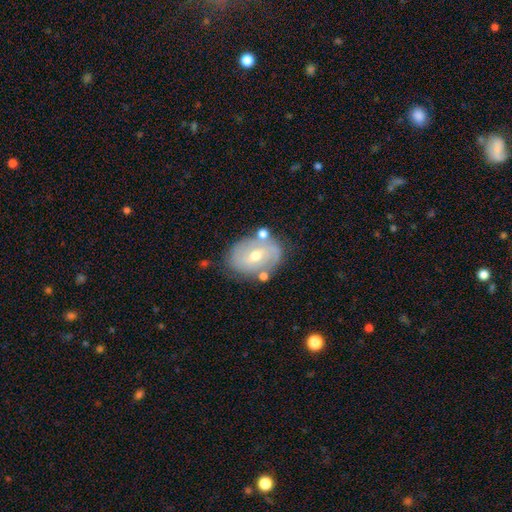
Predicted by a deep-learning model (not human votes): Smooth or featured? Predicted: featured or disk (p=0.72). Edge-on disk? Predicted: no (p=0.96). Bar? Predicted: weak (p=0.45). Spiral arms? Predicted: yes (p=0.78). Spiral winding? Predicted: tight (p=0.54). Spiral arm count? Predicted: 2 (p=0.57). Bulge size? Predicted: moderate (p=0.58). Merging? Predicted: none (p=0.70).